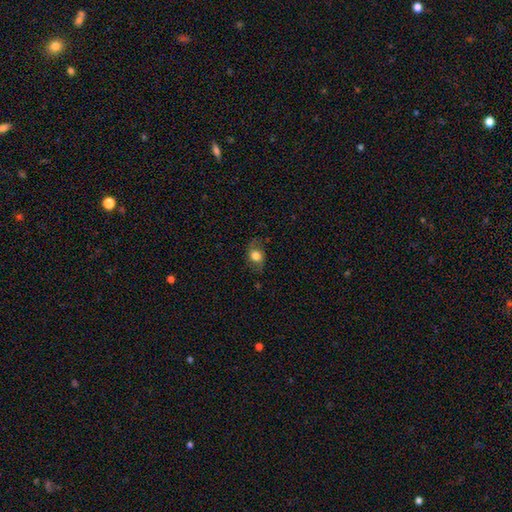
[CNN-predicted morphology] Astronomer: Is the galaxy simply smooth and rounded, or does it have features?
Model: smooth — 63%.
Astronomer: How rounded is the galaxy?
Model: in between — 55% (runner-up: round, 43%).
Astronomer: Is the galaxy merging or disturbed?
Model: none — 70%.